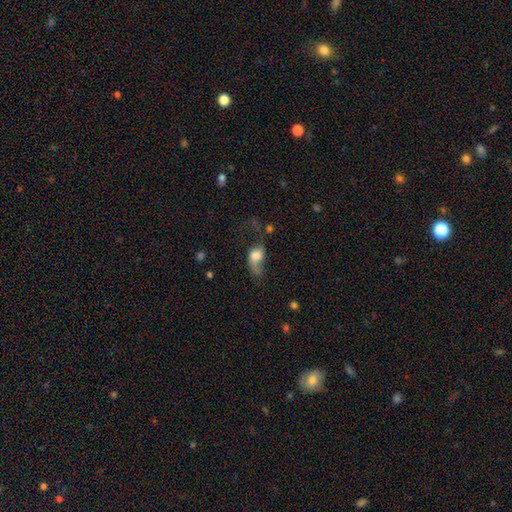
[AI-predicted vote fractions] Q: Smooth or featured?
A: smooth (62%); runner-up: featured or disk (28%)
Q: How rounded?
A: in between (66%); runner-up: round (31%)
Q: Merging?
A: major disturbance (46%); runner-up: minor disturbance (23%)